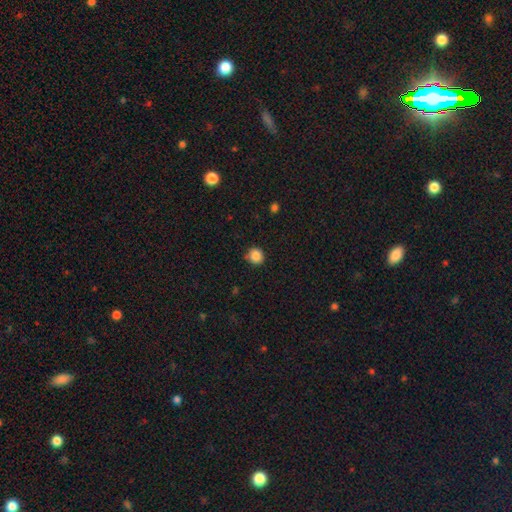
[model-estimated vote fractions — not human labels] smooth-or-featured: smooth: 85% | star or artifact: 10% | featured or disk: 4%
  how-rounded: round: 89% | in between: 10% | cigar-shaped: 1%
  merging: none: 81% | minor disturbance: 15% | major disturbance: 3% | merger: 1%